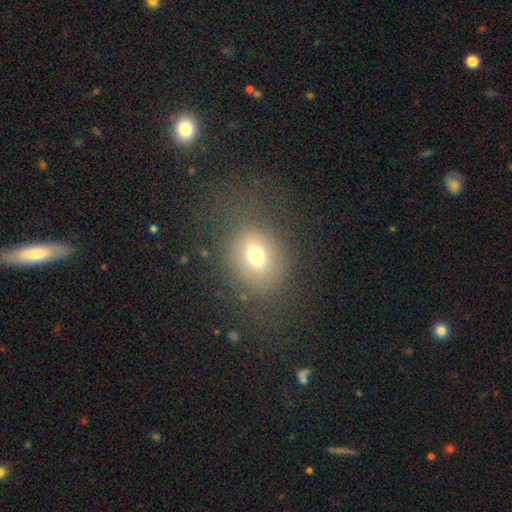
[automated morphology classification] Smooth or featured? smooth (71%)
How rounded? round (51%)
Merging? none (69%)